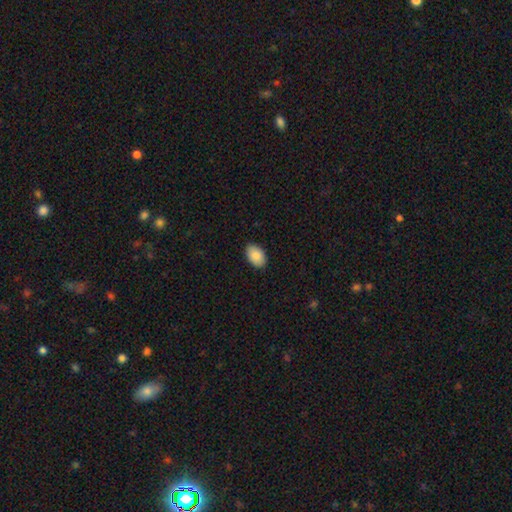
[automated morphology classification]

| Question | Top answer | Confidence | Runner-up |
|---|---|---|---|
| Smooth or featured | smooth | 89% | star or artifact (6%) |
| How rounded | in between | 91% | round (8%) |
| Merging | none | 88% | minor disturbance (9%) |